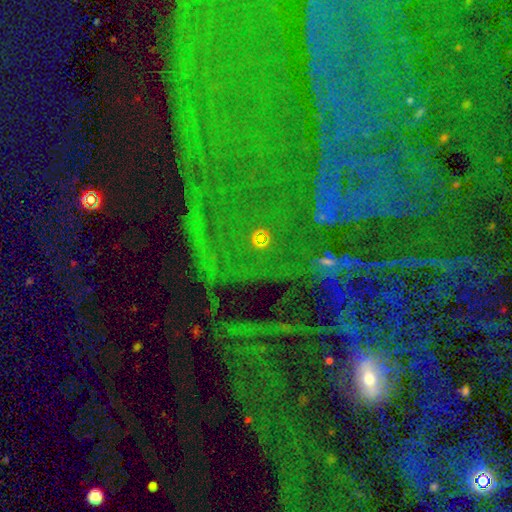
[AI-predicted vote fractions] A star or artifact, not a galaxy (80%).

Vote fractions:
- Smooth or featured? star or artifact: 80% / featured or disk: 11% / smooth: 9%